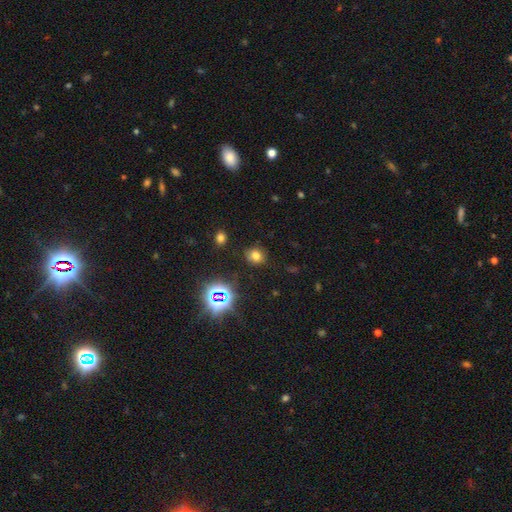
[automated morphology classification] smooth-or-featured: smooth: 66% | star or artifact: 25% | featured or disk: 8%
  how-rounded: round: 69% | in between: 30% | cigar-shaped: 1%
  merging: none: 80% | minor disturbance: 12% | major disturbance: 4% | merger: 3%